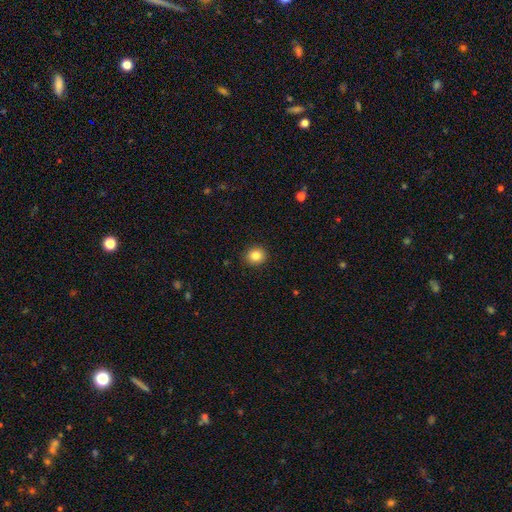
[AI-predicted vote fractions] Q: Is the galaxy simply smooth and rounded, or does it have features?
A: smooth — 84%.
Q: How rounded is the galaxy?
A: round — 78%.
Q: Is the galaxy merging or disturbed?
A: none — 91%.